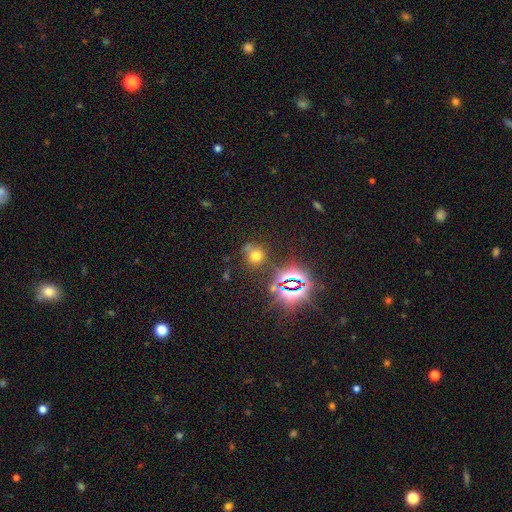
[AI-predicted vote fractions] A smooth galaxy with no disk features (59%) that is round (84%).

Vote fractions:
- Smooth or featured? smooth: 59% / star or artifact: 31% / featured or disk: 10%
- How rounded? round: 84% / in between: 15% / cigar-shaped: 1%
- Merging? none: 67% / minor disturbance: 14% / merger: 13% / major disturbance: 6%